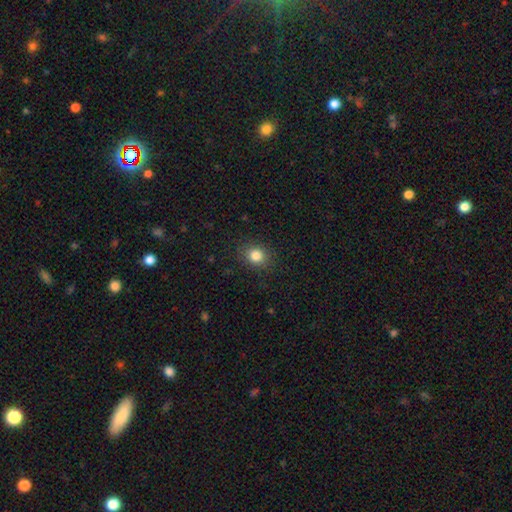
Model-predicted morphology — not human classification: This is clearly a smooth galaxy (83%). How rounded: likely round (71%). Merging: clearly none (87%).